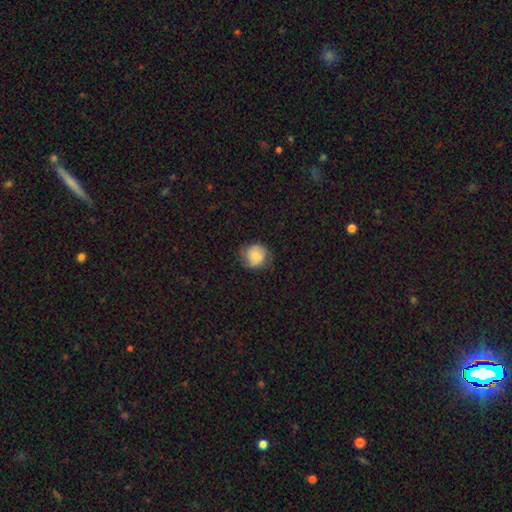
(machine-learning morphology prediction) Smooth or featured? Predicted: smooth (p=0.62). How rounded? Predicted: round (p=0.82). Merging? Predicted: none (p=0.64).